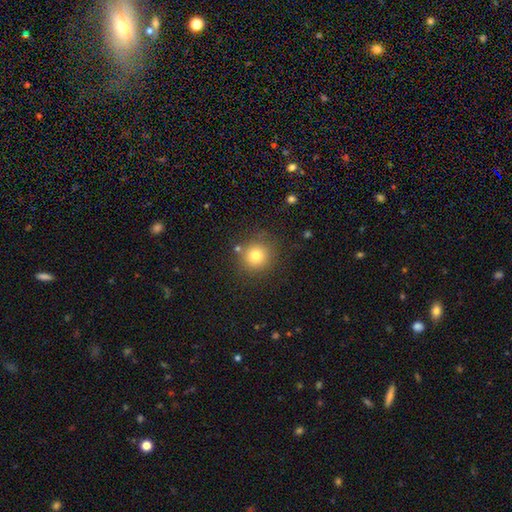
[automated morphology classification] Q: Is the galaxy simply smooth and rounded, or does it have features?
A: smooth — 78%.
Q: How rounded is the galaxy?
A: round — 92%.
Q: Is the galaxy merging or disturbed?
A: none — 82%.